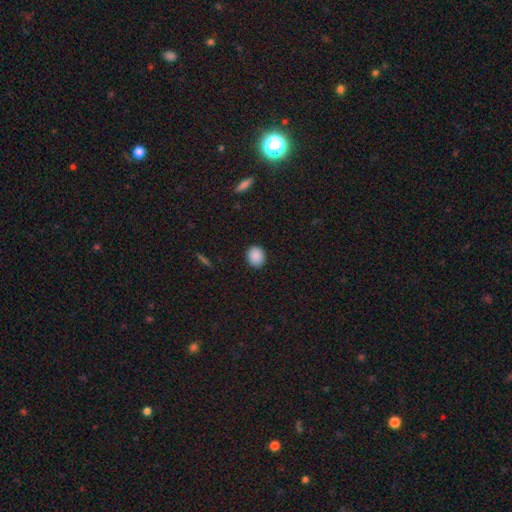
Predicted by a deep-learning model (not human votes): smooth-or-featured: smooth: 89% | star or artifact: 8% | featured or disk: 3%
  how-rounded: round: 55% | in between: 44% | cigar-shaped: 1%
  merging: none: 90% | minor disturbance: 7% | major disturbance: 2% | merger: 1%